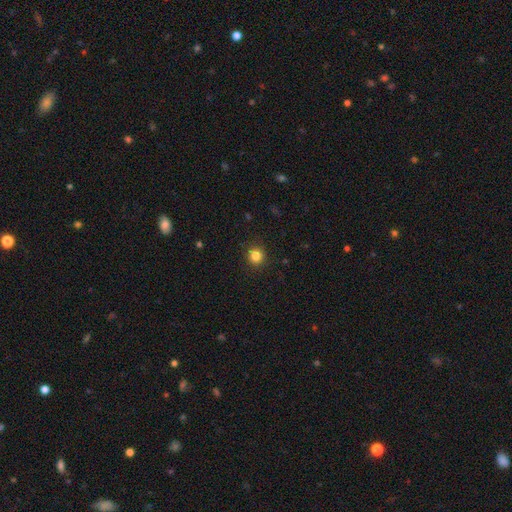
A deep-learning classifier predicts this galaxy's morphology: Q: Smooth or featured?
A: smooth (84%); runner-up: star or artifact (12%)
Q: How rounded?
A: round (92%); runner-up: in between (7%)
Q: Merging?
A: none (91%); runner-up: minor disturbance (6%)